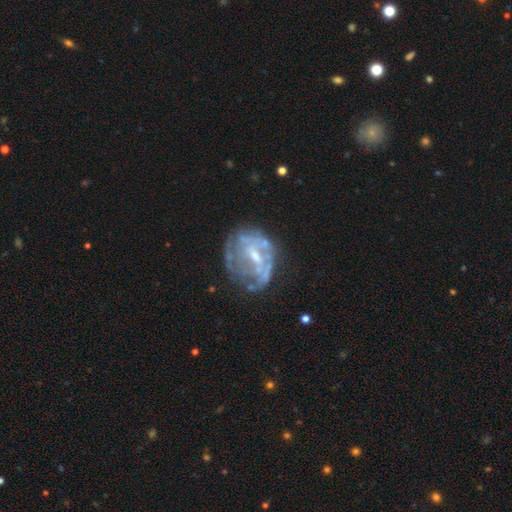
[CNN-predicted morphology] Smooth or featured?
  - featured or disk: 74% *
  - smooth: 16%
  - star or artifact: 9%
Edge-on disk?
  - no: 97% *
  - yes: 3%
Bar?
  - weak: 48% *
  - no: 39%
  - strong: 14%
Spiral arms?
  - yes: 54% *
  - no: 46%
Bulge size?
  - small: 45% *
  - moderate: 41%
  - none: 10%
  - large: 2%
  - dominant: 1%
Merging?
  - none: 50% *
  - minor disturbance: 24%
  - major disturbance: 21%
  - merger: 4%